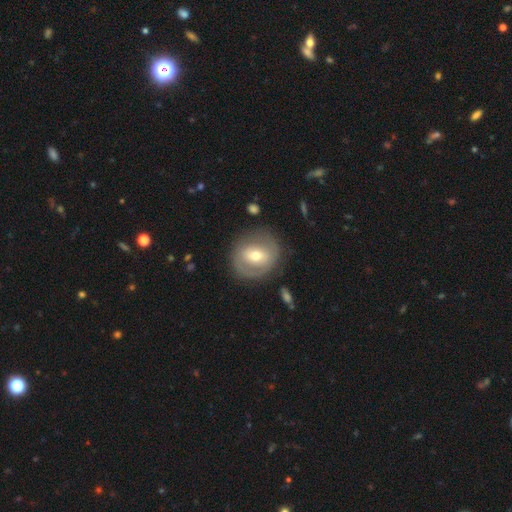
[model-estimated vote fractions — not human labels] A featured or disk galaxy (54%) with a weak bar (42%), no spiral arms (58%) and a moderate central bulge (66%).

Vote fractions:
- Smooth or featured? featured or disk: 54% / smooth: 40% / star or artifact: 6%
- Edge-on disk? no: 95% / yes: 5%
- Bar? weak: 42% / no: 34% / strong: 24%
- Spiral arms? no: 58% / yes: 42%
- Bulge size? moderate: 66% / small: 25% / large: 7% / dominant: 1% / none: 1%
- Merging? none: 77% / minor disturbance: 14% / major disturbance: 7% / merger: 2%